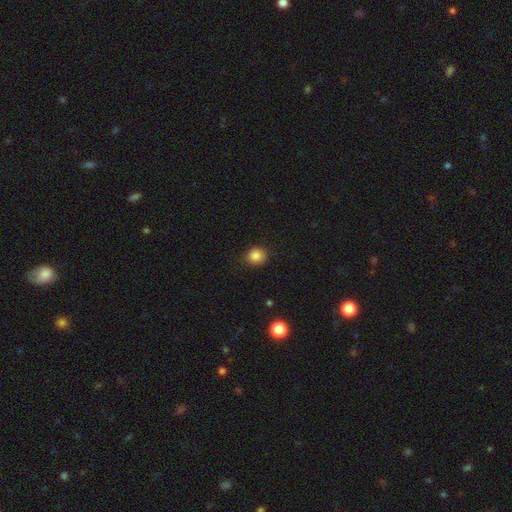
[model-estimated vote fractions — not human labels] Smooth or featured? Predicted: smooth (p=0.85). How rounded? Predicted: round (p=0.84). Merging? Predicted: none (p=0.86).